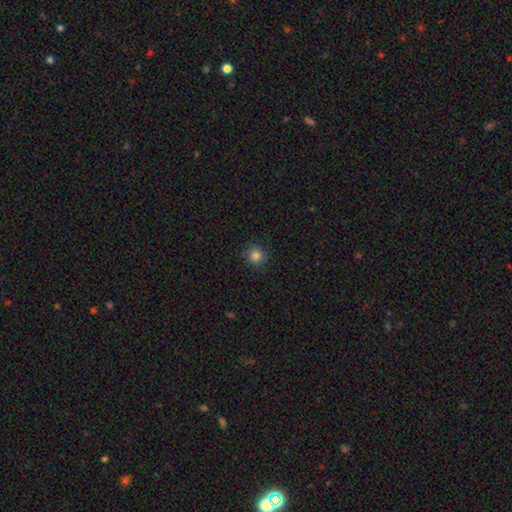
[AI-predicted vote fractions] smooth_or_featured: smooth (p=0.83) [alt: star or artifact p=0.13]
how_rounded: round (p=0.93) [alt: in between p=0.06]
merging: none (p=0.89) [alt: minor disturbance p=0.08]